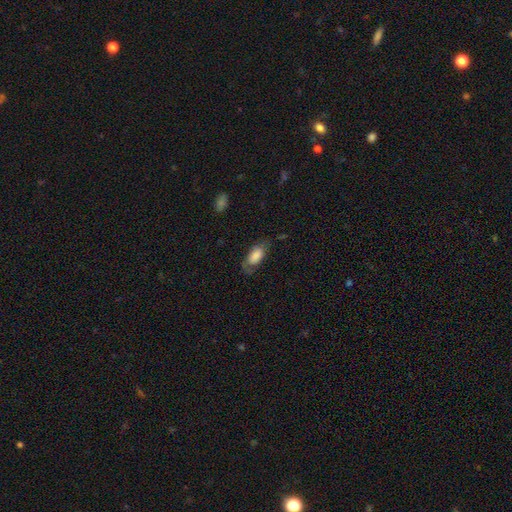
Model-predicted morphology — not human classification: smooth 71%, featured or disk 22%, star or artifact 7%. Down the decision tree: how rounded — in between (88%); merging — none (61%).